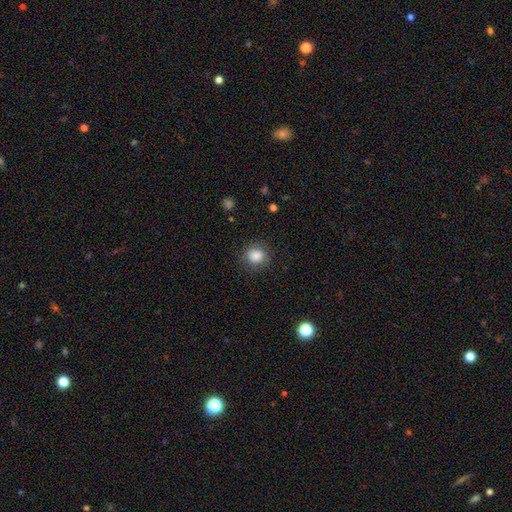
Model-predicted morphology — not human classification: This is clearly a smooth galaxy (86%). How rounded: clearly round (82%). Merging: clearly none (85%).